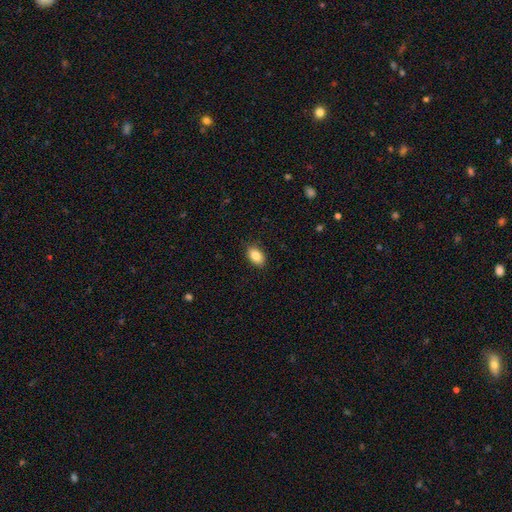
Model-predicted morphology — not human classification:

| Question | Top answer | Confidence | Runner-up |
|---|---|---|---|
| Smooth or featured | smooth | 86% | star or artifact (8%) |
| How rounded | in between | 90% | round (9%) |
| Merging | none | 87% | minor disturbance (10%) |